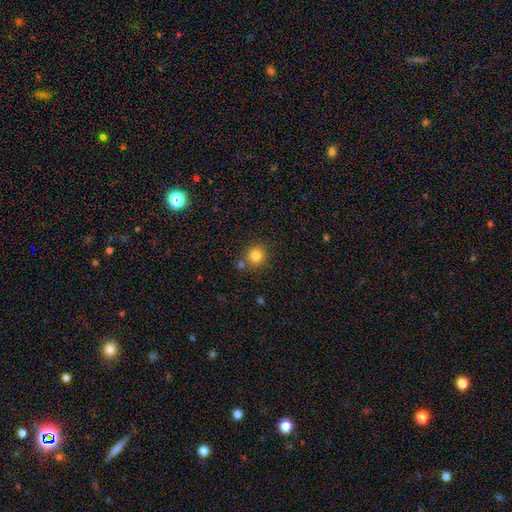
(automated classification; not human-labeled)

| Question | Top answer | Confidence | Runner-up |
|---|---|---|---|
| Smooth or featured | smooth | 82% | star or artifact (12%) |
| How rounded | round | 90% | in between (10%) |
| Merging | none | 78% | merger (11%) |